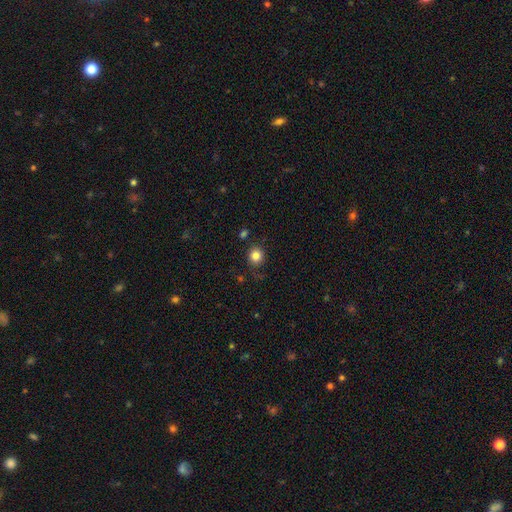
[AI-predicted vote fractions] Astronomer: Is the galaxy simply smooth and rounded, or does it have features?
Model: smooth — 83%.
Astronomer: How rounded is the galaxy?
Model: round — 85%.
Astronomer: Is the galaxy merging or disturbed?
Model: none — 80%.